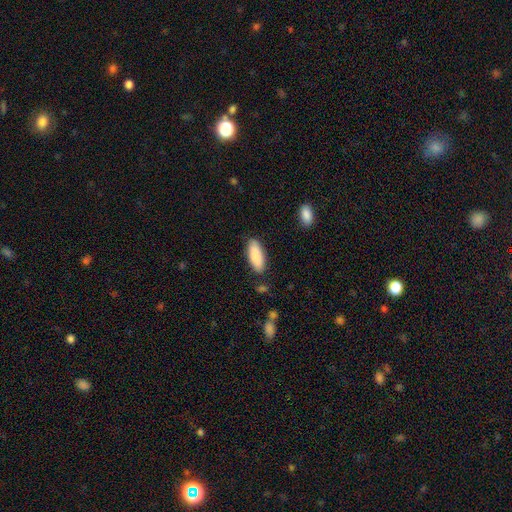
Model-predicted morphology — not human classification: Smooth or featured: smooth — 87% (featured or disk — 8%)
How rounded: in between — 72% (cigar-shaped — 26%)
Merging: none — 85% (minor disturbance — 11%)